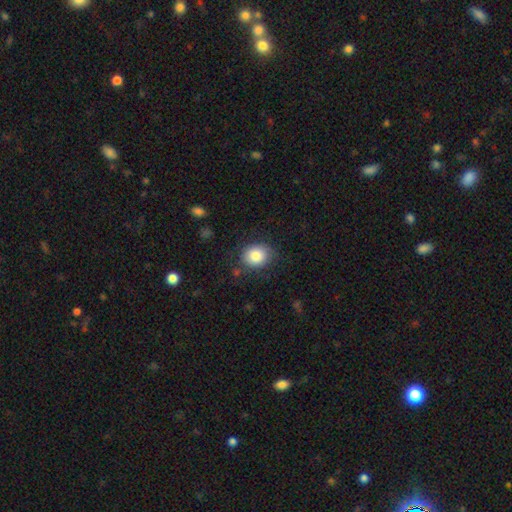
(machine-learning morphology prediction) This appears to be a smooth galaxy with no disk features (84%) that is round (54%). Merging: none (77%).